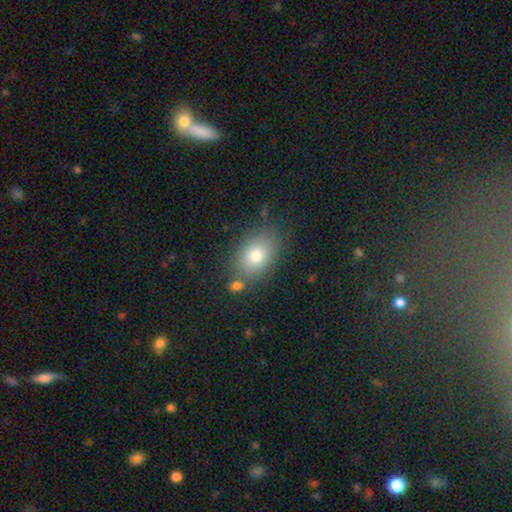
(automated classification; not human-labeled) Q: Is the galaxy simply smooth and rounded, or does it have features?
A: smooth — 77%.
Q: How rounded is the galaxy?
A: in between — 79%.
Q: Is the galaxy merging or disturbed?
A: none — 74%.